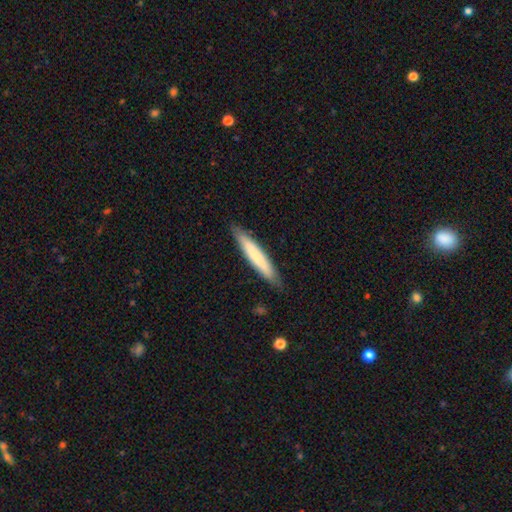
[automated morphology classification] The model was most divided on "smooth or featured": smooth: 72%, featured or disk: 23%, star or artifact: 5%. More confident: how rounded — cigar-shaped (93%); merging — none (87%).